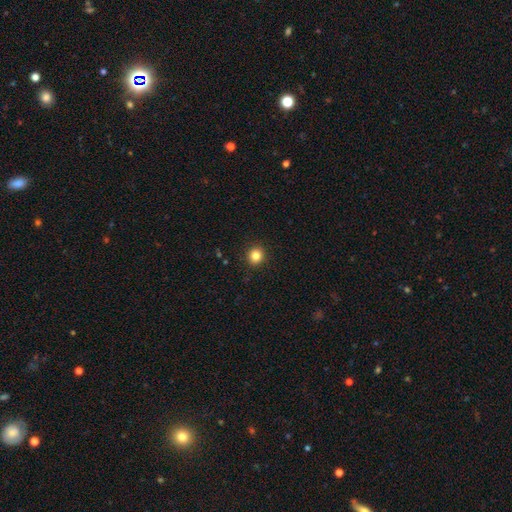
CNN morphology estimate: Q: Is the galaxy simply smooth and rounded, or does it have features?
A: smooth — 83%.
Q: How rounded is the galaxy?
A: round — 88%.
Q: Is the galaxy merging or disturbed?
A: none — 92%.